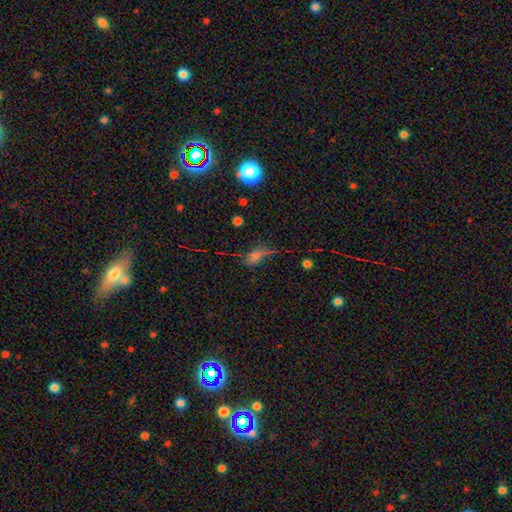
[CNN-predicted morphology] smooth_or_featured: smooth (p=0.52) [alt: star or artifact p=0.26]
how_rounded: in between (p=0.69) [alt: cigar-shaped p=0.16]
merging: none (p=0.48) [alt: minor disturbance p=0.28]